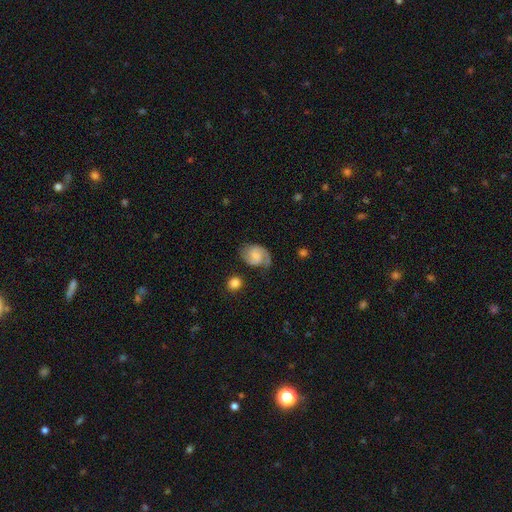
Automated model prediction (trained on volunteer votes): Smooth or featured? featured or disk (78%)
Edge-on disk? no (98%)
Bar? weak (48%)
Spiral arms? yes (96%)
Spiral winding? medium (53%)
Spiral arm count? 2 (89%)
Bulge size? none (41%)
Merging? none (72%)